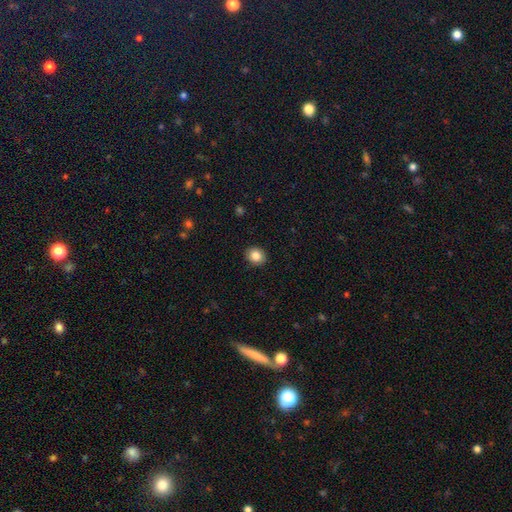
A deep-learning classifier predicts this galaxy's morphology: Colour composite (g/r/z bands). It shows a smooth galaxy with no disk features (85%) that is round (64%). Merging: none (91%).